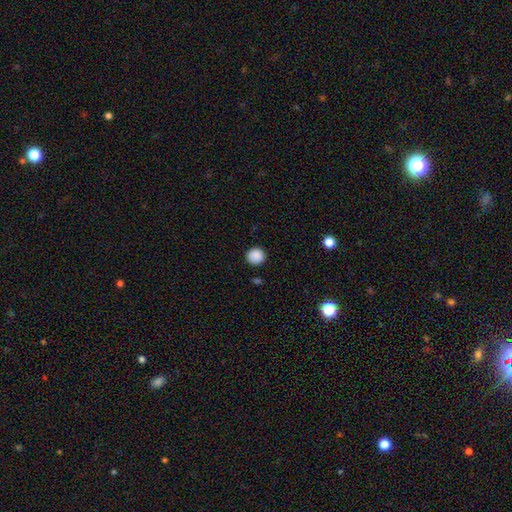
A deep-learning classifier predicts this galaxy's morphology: Smooth or featured?
  - smooth: 89% *
  - star or artifact: 9%
  - featured or disk: 3%
How rounded?
  - round: 94% *
  - in between: 5%
  - cigar-shaped: 1%
Merging?
  - none: 91% *
  - minor disturbance: 6%
  - major disturbance: 2%
  - merger: 1%